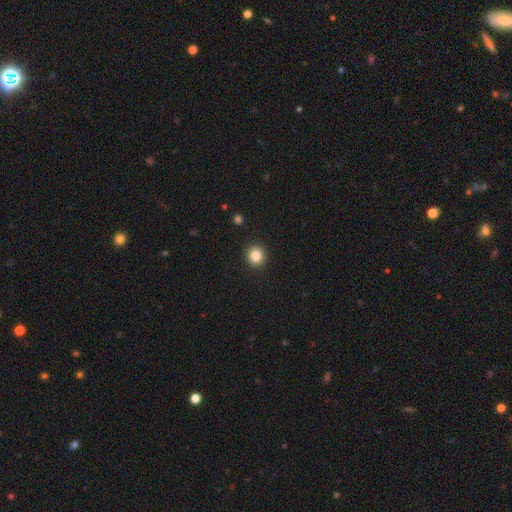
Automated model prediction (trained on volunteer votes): Overall: smooth (84%). How rounded: round (90%). Merging: none (93%).